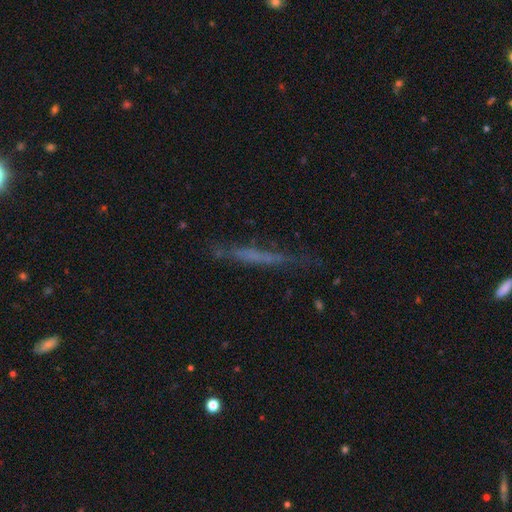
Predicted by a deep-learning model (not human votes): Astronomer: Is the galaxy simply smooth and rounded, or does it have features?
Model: featured or disk — 47% (runner-up: smooth, 41%).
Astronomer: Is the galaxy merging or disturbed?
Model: none — 68%.